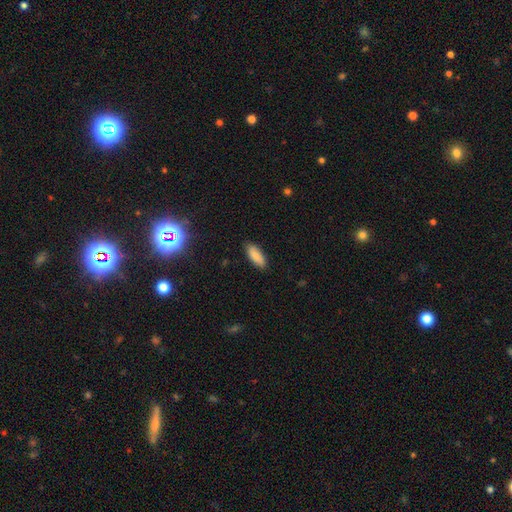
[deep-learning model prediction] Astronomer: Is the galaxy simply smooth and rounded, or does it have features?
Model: smooth — 86%.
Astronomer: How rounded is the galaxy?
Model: in between — 75%.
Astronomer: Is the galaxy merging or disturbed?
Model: none — 86%.